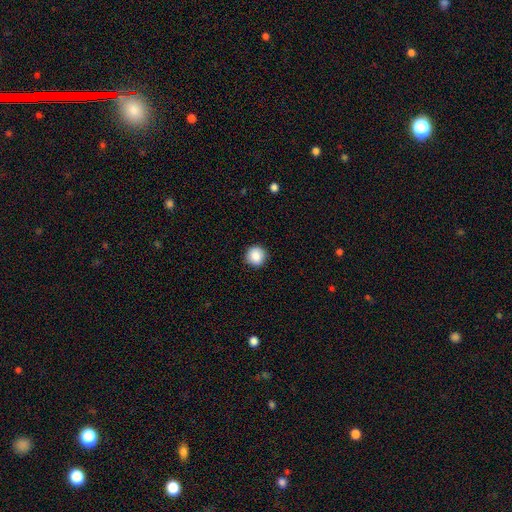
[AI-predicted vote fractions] Smooth or featured? smooth (88%)
How rounded? round (92%)
Merging? none (90%)